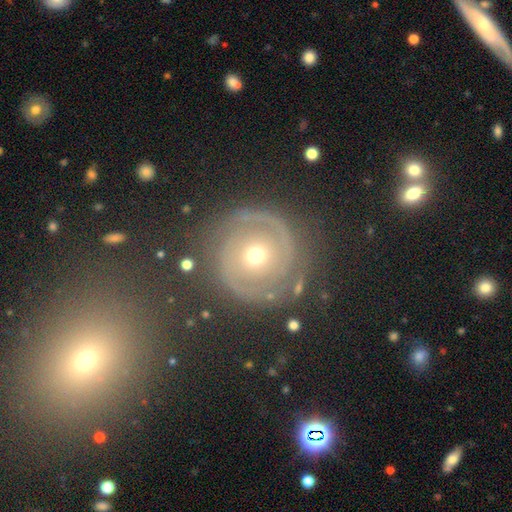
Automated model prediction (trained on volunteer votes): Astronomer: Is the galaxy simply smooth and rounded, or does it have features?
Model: featured or disk — 80%.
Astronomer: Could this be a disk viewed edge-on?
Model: no — 97%.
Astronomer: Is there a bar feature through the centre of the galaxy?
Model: no — 76%.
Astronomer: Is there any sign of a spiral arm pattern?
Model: yes — 92%.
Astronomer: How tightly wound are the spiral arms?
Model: tight — 65%.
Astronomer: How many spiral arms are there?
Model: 2 — 81%.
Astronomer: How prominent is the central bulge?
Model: moderate — 65%.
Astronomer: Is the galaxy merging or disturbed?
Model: none — 82%.